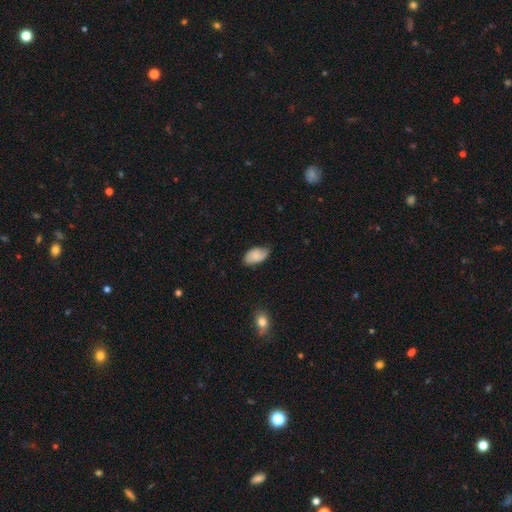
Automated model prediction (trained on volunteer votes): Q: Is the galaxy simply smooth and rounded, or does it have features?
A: smooth — 69%.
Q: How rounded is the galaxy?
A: in between — 94%.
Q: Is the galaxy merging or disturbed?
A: none — 66%.